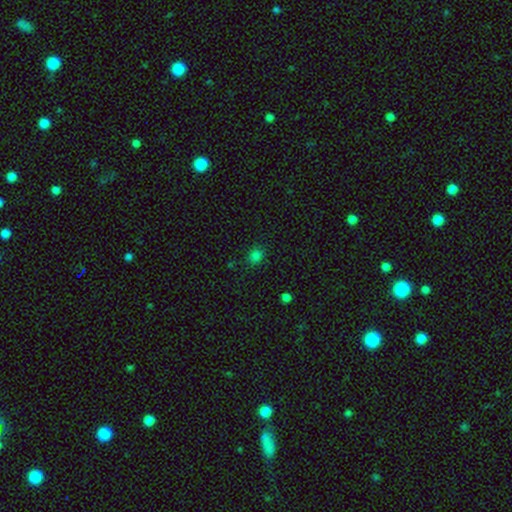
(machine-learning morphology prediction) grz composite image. It shows a smooth galaxy with no disk features (79%) that is round (64%). Merging: none (84%).